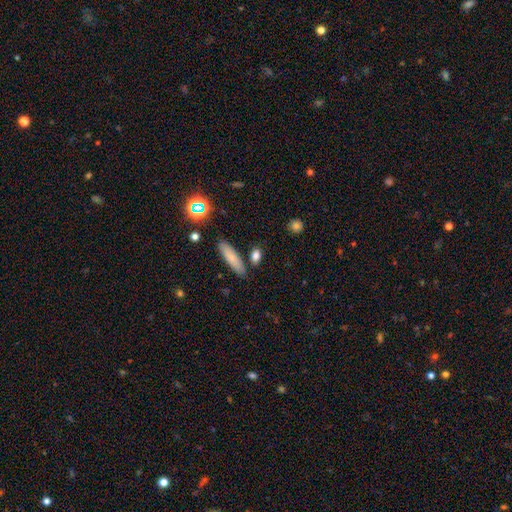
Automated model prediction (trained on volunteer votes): Morphology: type=smooth (81%); roundness=in between (55%); merging=none (79%).